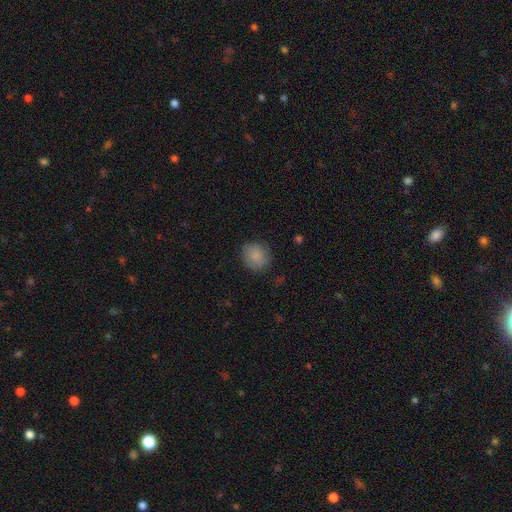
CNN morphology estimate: A smooth galaxy with no disk features (86%) that is round (79%). Merging: none (82%).